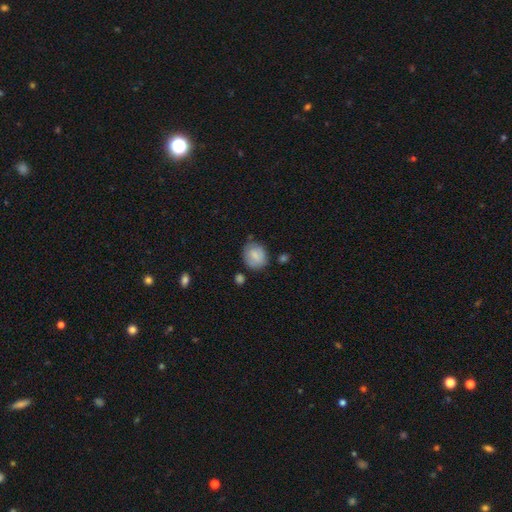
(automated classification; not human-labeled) smooth_or_featured: smooth (p=0.79) [alt: featured or disk p=0.14]
how_rounded: round (p=0.64) [alt: in between p=0.35]
merging: none (p=0.69) [alt: minor disturbance p=0.21]